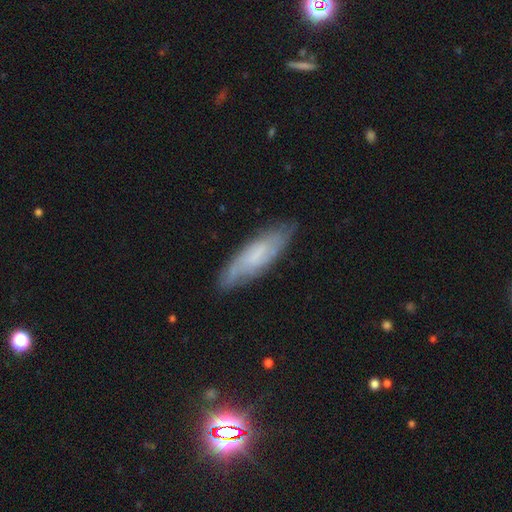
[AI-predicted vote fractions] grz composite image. It shows a featured or disk galaxy (50%). Merging: none (77%).